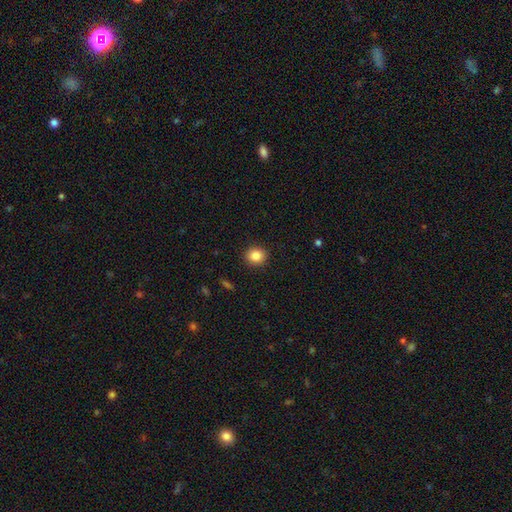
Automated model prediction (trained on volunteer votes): Overall: smooth (85%). How rounded: round (79%). Merging: none (91%).